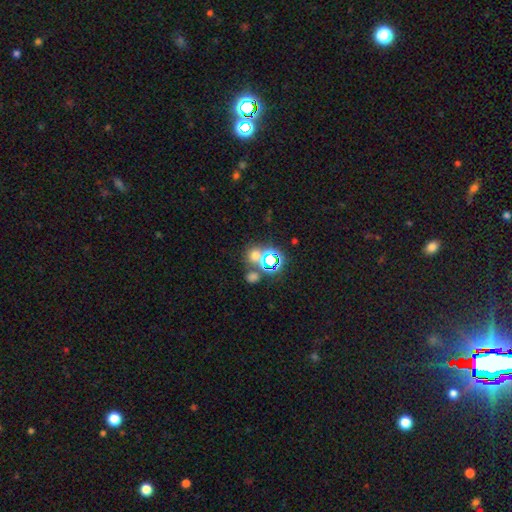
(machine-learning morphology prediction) star or artifact 46% (tied), smooth 46% (tied), featured or disk 9%.